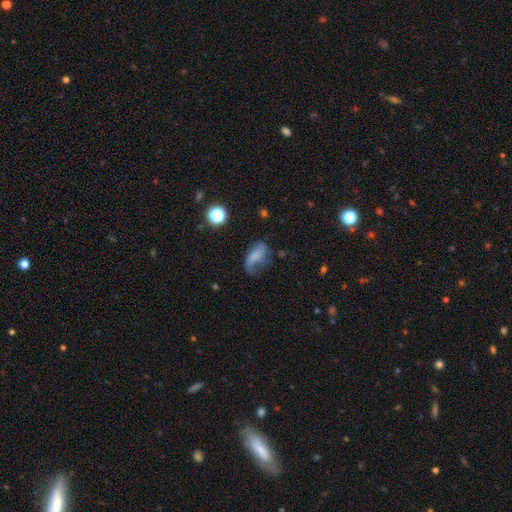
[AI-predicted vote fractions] smooth 56%, featured or disk 31%, star or artifact 13%. Down the decision tree: how rounded — in between (81%); merging — major disturbance (38%).